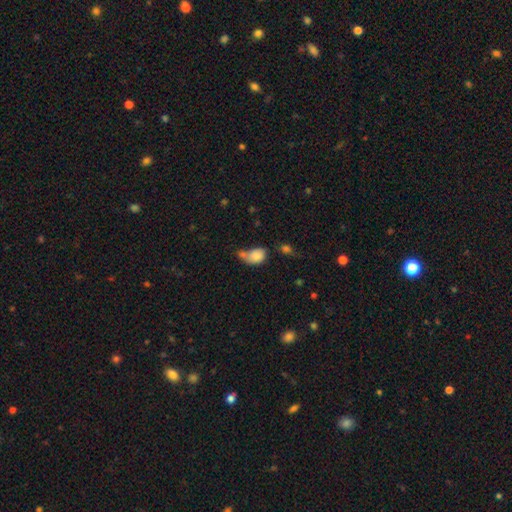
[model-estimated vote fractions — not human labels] This appears to be a smooth galaxy with no disk features (83%) that is in between round and cigar-shaped (77%). Merging: merger (35%).